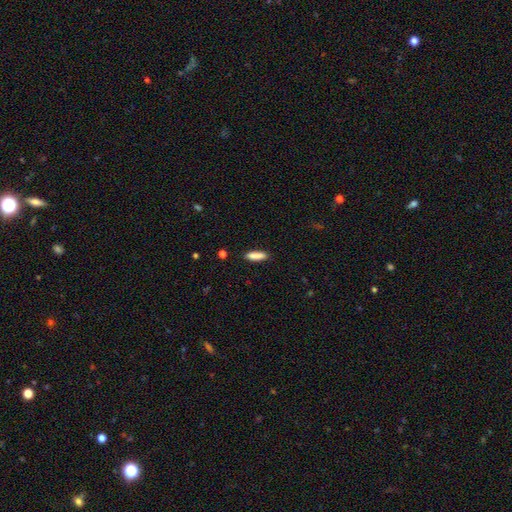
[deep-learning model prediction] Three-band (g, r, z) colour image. It shows a smooth galaxy with no disk features (87%) that is cigar-shaped (64%). Merging: none (88%).